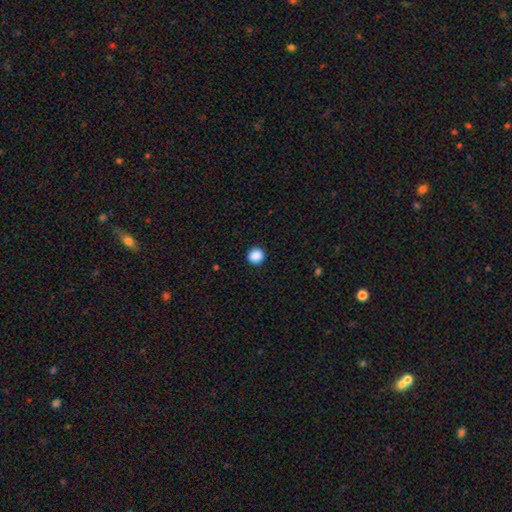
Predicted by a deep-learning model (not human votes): Smooth or featured?
  - smooth: 89% *
  - star or artifact: 9%
  - featured or disk: 2%
How rounded?
  - round: 95% *
  - in between: 4%
  - cigar-shaped: 1%
Merging?
  - none: 93% *
  - minor disturbance: 4%
  - major disturbance: 2%
  - merger: 1%